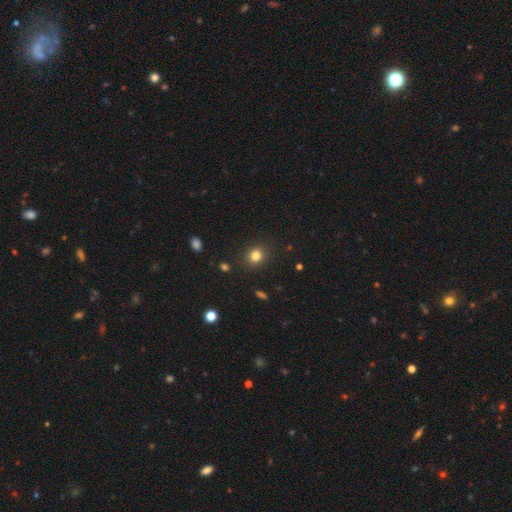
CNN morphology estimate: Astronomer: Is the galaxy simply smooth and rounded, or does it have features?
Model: smooth — 81%.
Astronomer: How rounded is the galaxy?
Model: round — 71%.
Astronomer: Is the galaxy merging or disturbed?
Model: none — 88%.